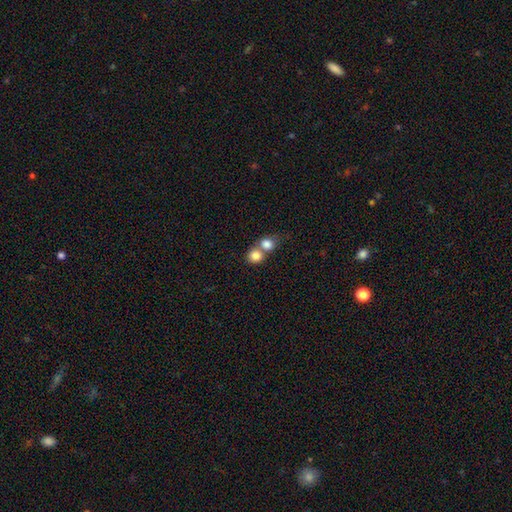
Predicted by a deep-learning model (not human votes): A smooth galaxy with no disk features (82%) that is round (80%).

Vote fractions:
- Smooth or featured? smooth: 82% / star or artifact: 9% / featured or disk: 9%
- How rounded? round: 80% / in between: 19% / cigar-shaped: 1%
- Merging? merger: 58% / none: 34% / minor disturbance: 5% / major disturbance: 2%